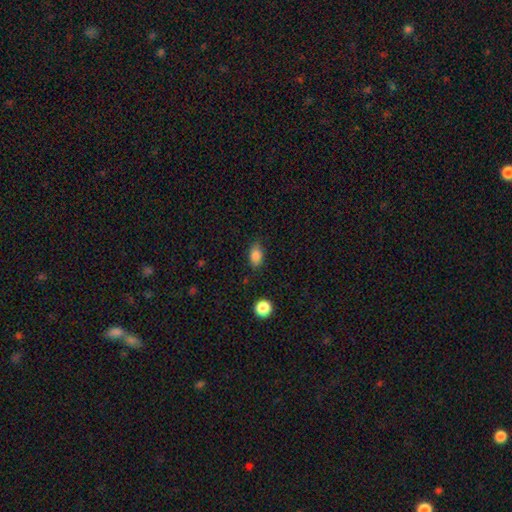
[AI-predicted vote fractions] A smooth galaxy with no disk features (85%) that is in between round and cigar-shaped (82%).

Vote fractions:
- Smooth or featured? smooth: 85% / star or artifact: 10% / featured or disk: 6%
- How rounded? in between: 82% / round: 15% / cigar-shaped: 3%
- Merging? none: 77% / minor disturbance: 17% / major disturbance: 4% / merger: 2%